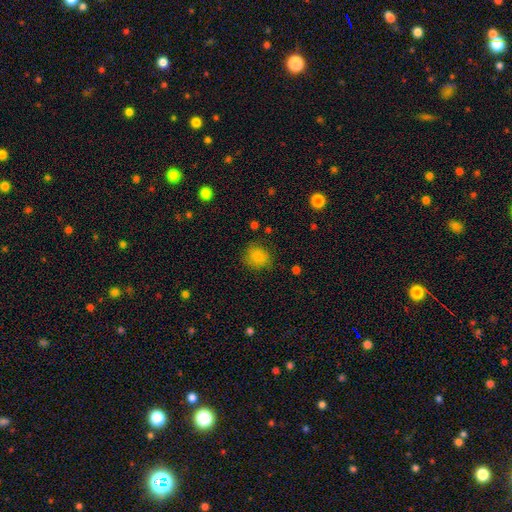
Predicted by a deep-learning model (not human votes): Overall: smooth (81%). How rounded: round (72%). Merging: none (79%).